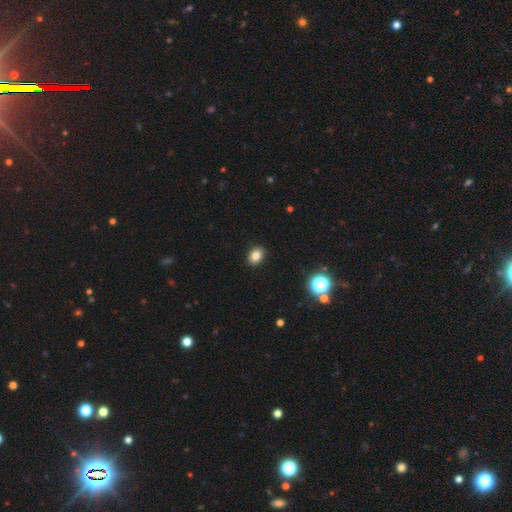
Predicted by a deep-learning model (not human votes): Smooth or featured? Predicted: smooth (p=0.82). How rounded? Predicted: in between (p=0.58). Merging? Predicted: none (p=0.91).